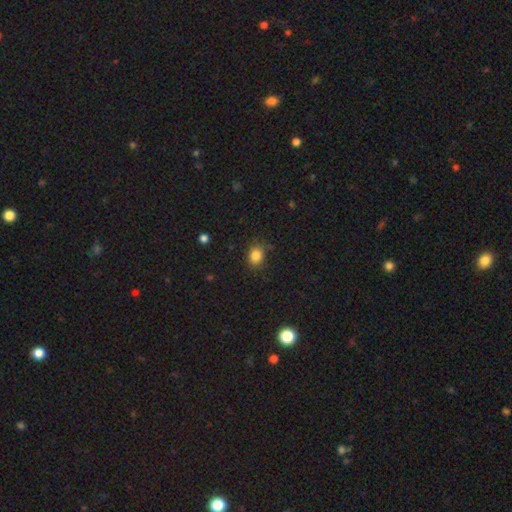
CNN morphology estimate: Smooth or featured? Predicted: smooth (p=0.84). How rounded? Predicted: in between (p=0.51). Merging? Predicted: none (p=0.81).